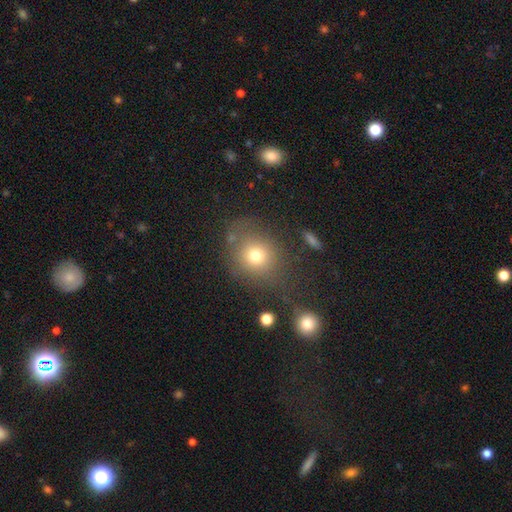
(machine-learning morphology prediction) Smooth or featured: smooth — 73% (star or artifact — 15%)
How rounded: round — 73% (in between — 26%)
Merging: none — 70% (minor disturbance — 15%)